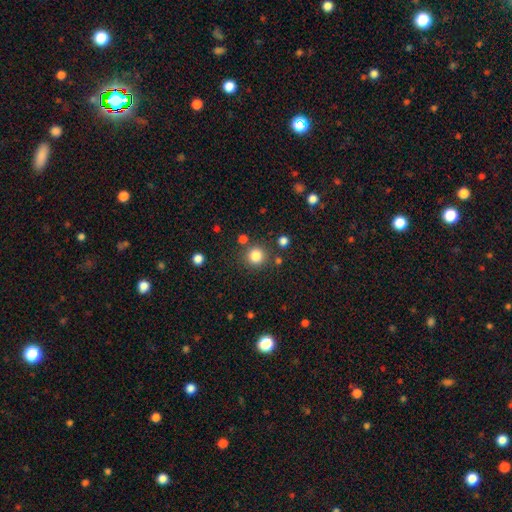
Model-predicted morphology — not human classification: type=smooth (83%); roundness=round (92%); merging=none (82%).